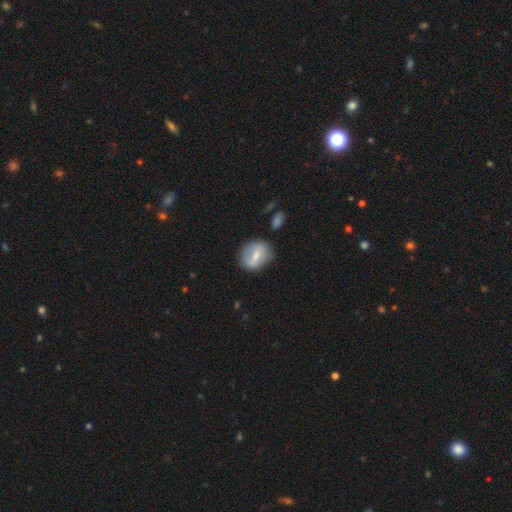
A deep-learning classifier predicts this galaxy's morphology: A smooth galaxy with no disk features (53%) that is in between round and cigar-shaped (50%). Merging: none (74%).